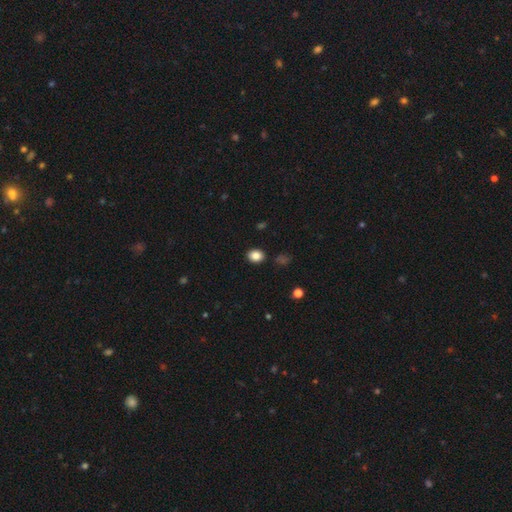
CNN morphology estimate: Smooth or featured?
  - smooth: 85% *
  - star or artifact: 10%
  - featured or disk: 5%
How rounded?
  - in between: 53% *
  - round: 46%
  - cigar-shaped: 1%
Merging?
  - none: 88% *
  - minor disturbance: 8%
  - major disturbance: 2%
  - merger: 2%